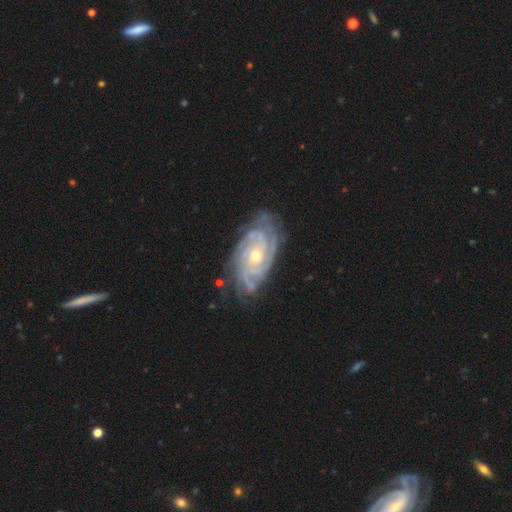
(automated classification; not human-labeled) Smooth or featured: featured or disk — 91% (star or artifact — 5%)
Edge-on disk: no — 96% (yes — 4%)
Bar: no — 71% (weak — 22%)
Spiral arms: yes — 98% (no — 2%)
Spiral winding: tight — 77% (medium — 20%)
Spiral arm count: 4 — 27% (3 — 21%)
Bulge size: small — 52% (moderate — 45%)
Merging: none — 78% (minor disturbance — 16%)